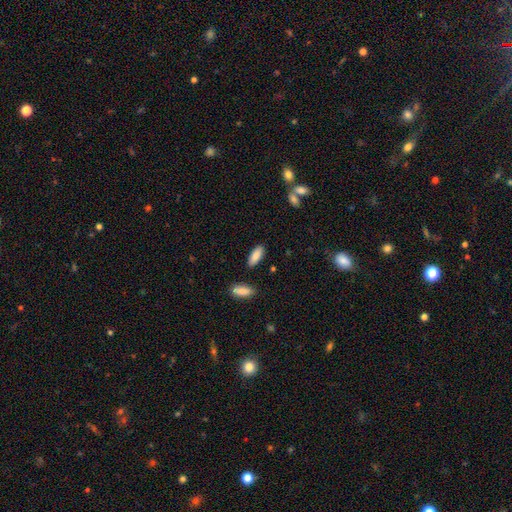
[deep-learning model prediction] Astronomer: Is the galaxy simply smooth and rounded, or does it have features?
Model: smooth — 86%.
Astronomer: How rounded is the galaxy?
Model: in between — 75%.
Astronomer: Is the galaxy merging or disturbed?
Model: none — 86%.